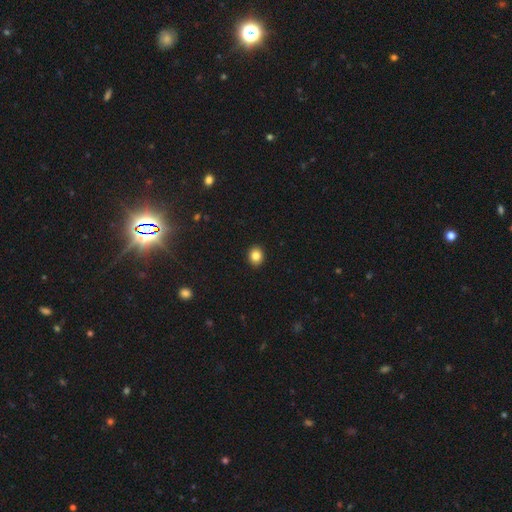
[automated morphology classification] smooth-or-featured: smooth: 84% | star or artifact: 10% | featured or disk: 6%
  how-rounded: round: 67% | in between: 32% | cigar-shaped: 1%
  merging: none: 92% | minor disturbance: 6% | major disturbance: 2% | merger: 1%